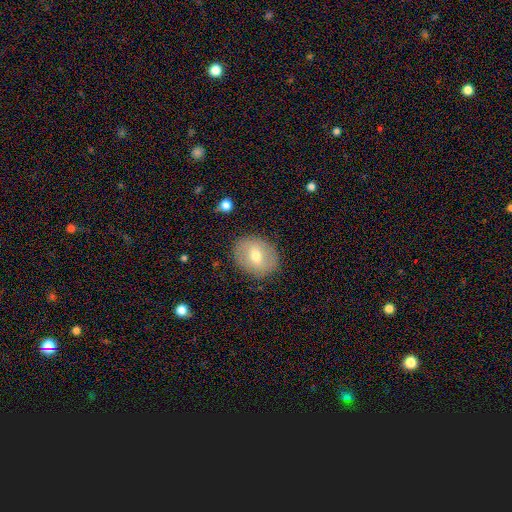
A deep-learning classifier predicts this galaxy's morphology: smooth-or-featured: smooth: 60% | featured or disk: 32% | star or artifact: 8%
  how-rounded: round: 57% | in between: 42% | cigar-shaped: 1%
  merging: none: 85% | minor disturbance: 11% | major disturbance: 3% | merger: 1%